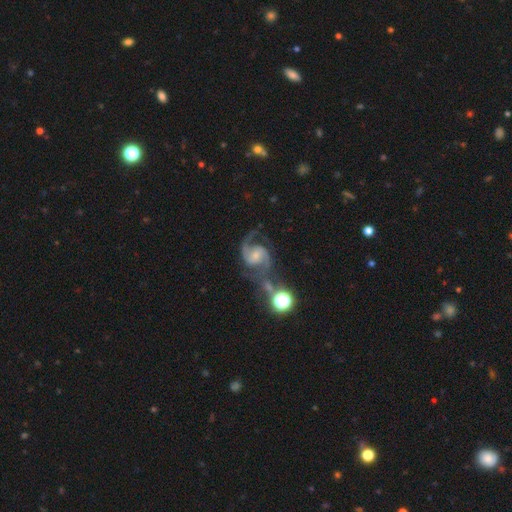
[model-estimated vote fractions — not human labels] Smooth or featured? Predicted: featured or disk (p=0.88). Edge-on disk? Predicted: no (p=0.98). Bar? Predicted: no (p=0.49). Spiral arms? Predicted: yes (p=0.98). Spiral winding? Predicted: medium (p=0.58). Spiral arm count? Predicted: 2 (p=0.89). Bulge size? Predicted: small (p=0.52). Merging? Predicted: none (p=0.50).